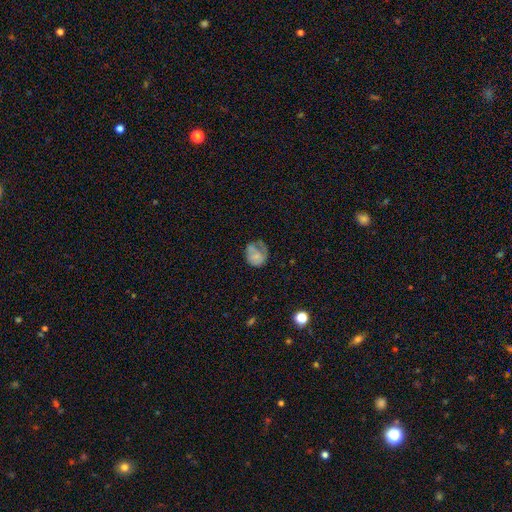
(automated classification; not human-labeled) Smooth or featured? Predicted: smooth (p=0.64). How rounded? Predicted: round (p=0.66). Merging? Predicted: none (p=0.37).